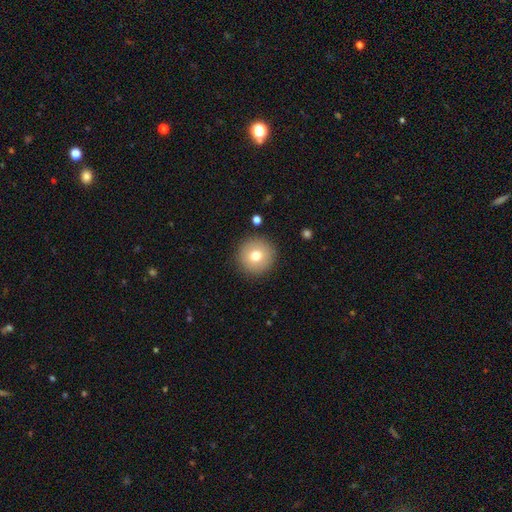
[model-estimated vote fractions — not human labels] Smooth or featured? Predicted: smooth (p=0.74). How rounded? Predicted: round (p=0.96). Merging? Predicted: none (p=0.91).